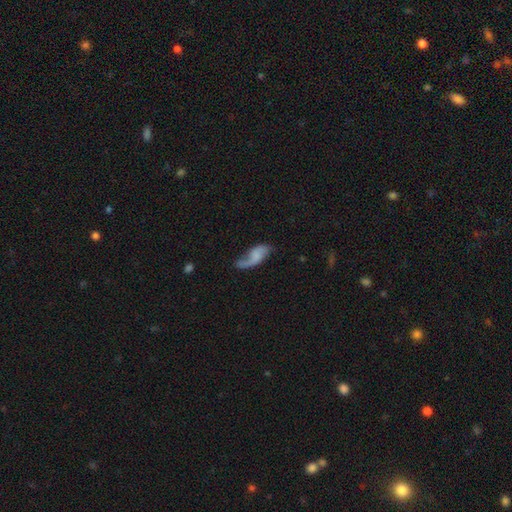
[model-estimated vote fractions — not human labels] Morphology: type=featured or disk (60%); edge-on=no (94%); bar=no (61%); spiral arms=yes (90%); winding=loose (76%); arm count=2 (67%); bulge=none (56%); merging=none (46%).